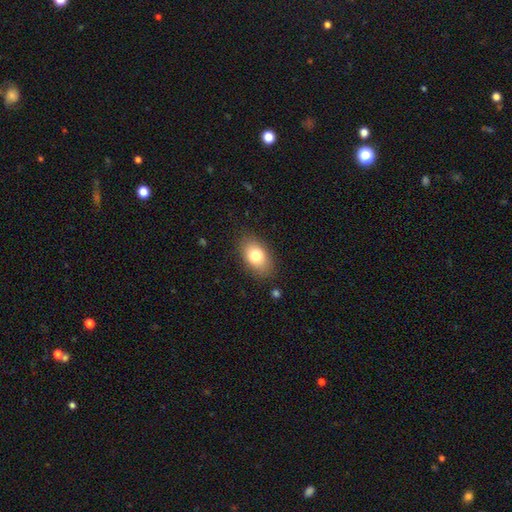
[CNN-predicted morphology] Smooth or featured? Predicted: smooth (p=0.78). How rounded? Predicted: in between (p=0.86). Merging? Predicted: none (p=0.84).